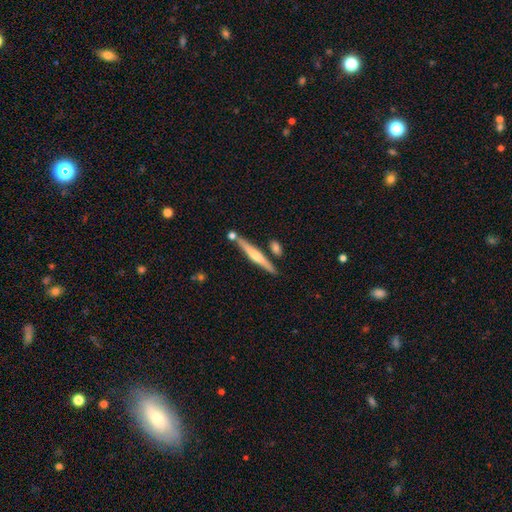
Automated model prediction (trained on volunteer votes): Smooth or featured? featured or disk (56%)
Edge-on disk? yes (96%)
Edge-on bulge? rounded (68%)
Merging? none (78%)